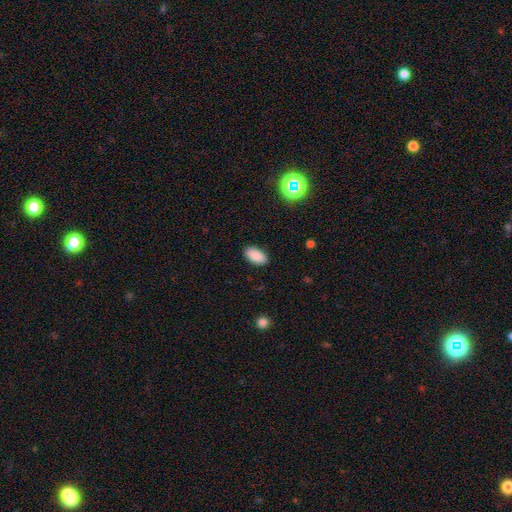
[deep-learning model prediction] The model was most divided on "smooth or featured": smooth: 89%, star or artifact: 8%, featured or disk: 4%. More confident: how rounded — in between (94%); merging — none (89%).